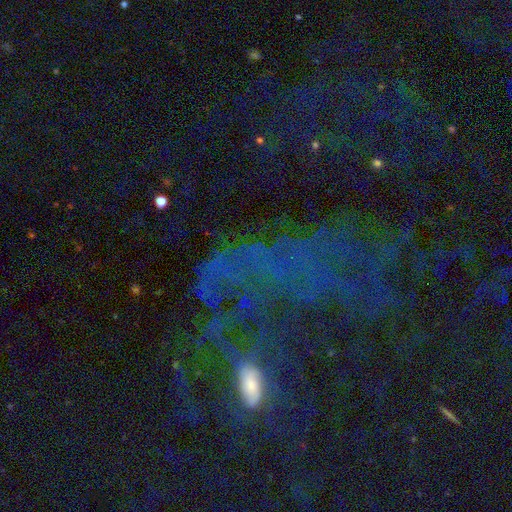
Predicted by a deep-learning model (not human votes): Smooth or featured?
  - star or artifact: 57% *
  - featured or disk: 24%
  - smooth: 19%